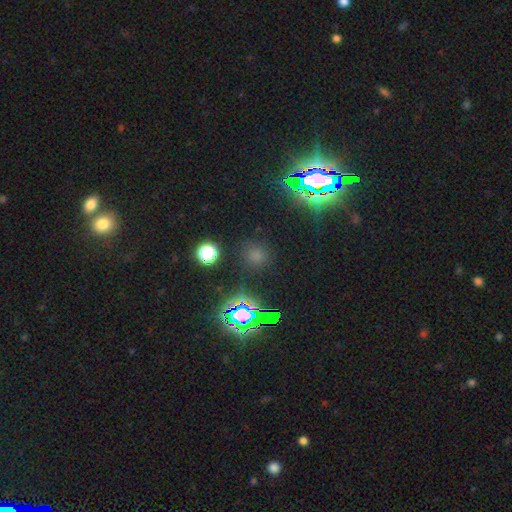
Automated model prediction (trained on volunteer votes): Smooth or featured: smooth — 58% (star or artifact — 36%)
How rounded: round — 91% (in between — 8%)
Merging: none — 85% (minor disturbance — 8%)